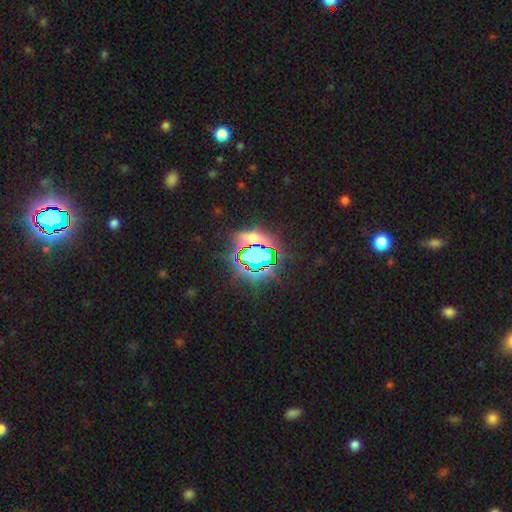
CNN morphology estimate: Q: Smooth or featured?
A: star or artifact (73%); runner-up: smooth (16%)